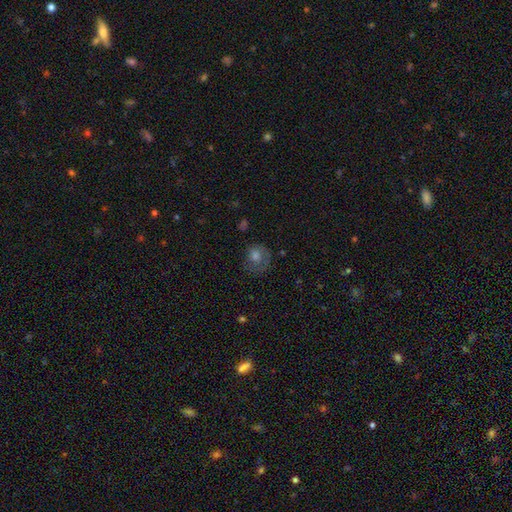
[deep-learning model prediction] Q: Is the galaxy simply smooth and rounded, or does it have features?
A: smooth — 57%.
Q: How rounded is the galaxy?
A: round — 72%.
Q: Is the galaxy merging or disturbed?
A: none — 57%.